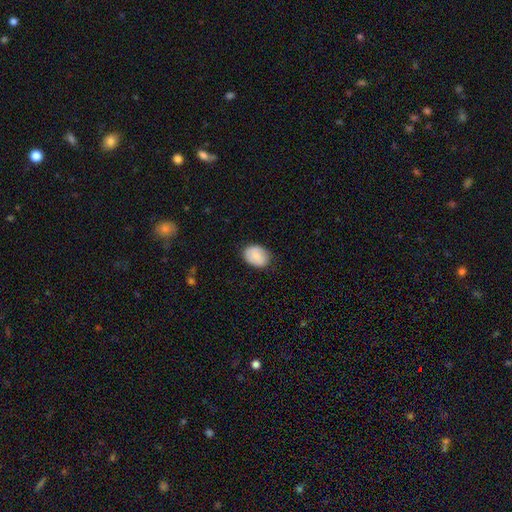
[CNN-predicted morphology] The model was most divided on "how rounded": in between: 72%, round: 27%, cigar-shaped: 1%. More confident: smooth or featured — smooth (81%); merging — none (80%).